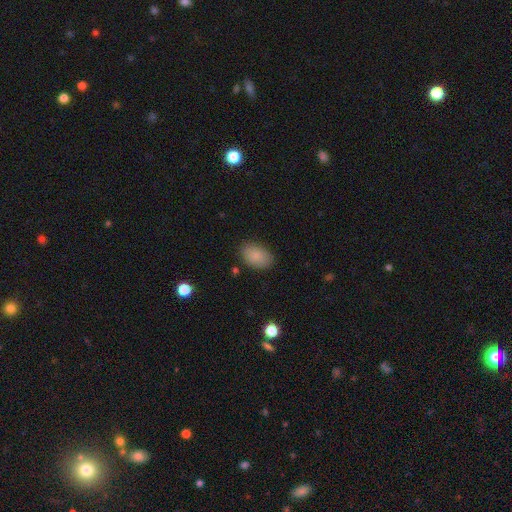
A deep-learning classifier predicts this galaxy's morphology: Q: Smooth or featured?
A: smooth (86%); runner-up: star or artifact (8%)
Q: How rounded?
A: in between (88%); runner-up: round (11%)
Q: Merging?
A: none (83%); runner-up: minor disturbance (12%)